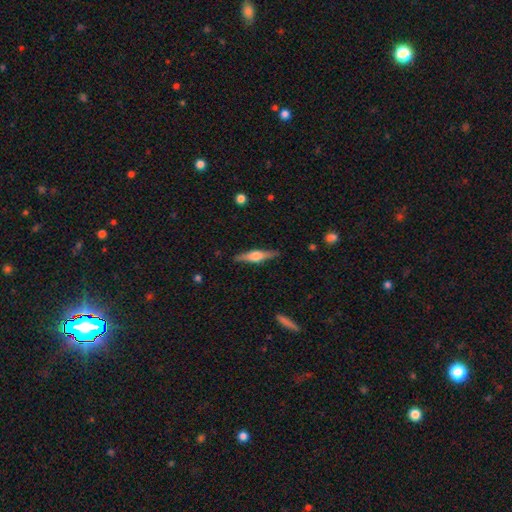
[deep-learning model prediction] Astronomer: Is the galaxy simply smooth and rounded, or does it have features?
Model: featured or disk — 64%.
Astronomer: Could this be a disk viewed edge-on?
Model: yes — 97%.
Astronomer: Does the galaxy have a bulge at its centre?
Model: rounded — 90%.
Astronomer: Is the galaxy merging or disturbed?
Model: none — 89%.